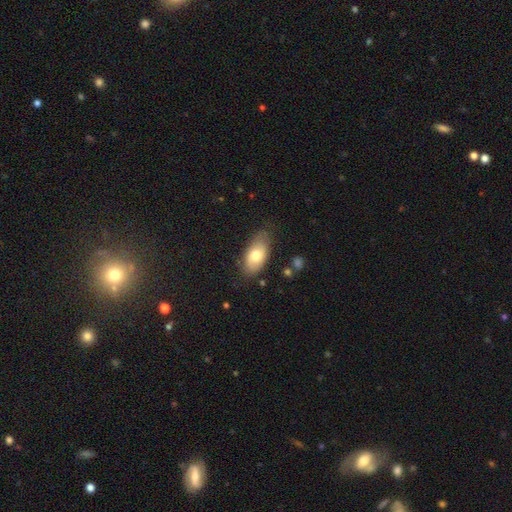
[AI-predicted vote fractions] Smooth or featured?
  - smooth: 73% *
  - featured or disk: 21%
  - star or artifact: 7%
How rounded?
  - in between: 91% *
  - cigar-shaped: 4%
  - round: 4%
Merging?
  - none: 73% *
  - minor disturbance: 20%
  - major disturbance: 5%
  - merger: 2%